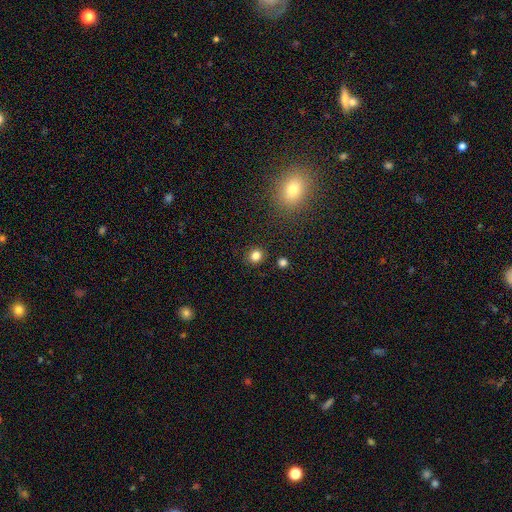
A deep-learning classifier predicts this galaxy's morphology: Smooth or featured? Predicted: smooth (p=0.82). How rounded? Predicted: round (p=0.79). Merging? Predicted: none (p=0.87).